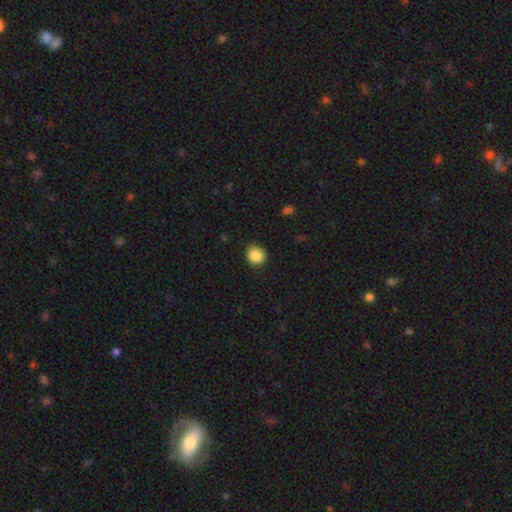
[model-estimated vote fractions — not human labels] Overall: smooth (88%). How rounded: round (86%). Merging: none (85%).